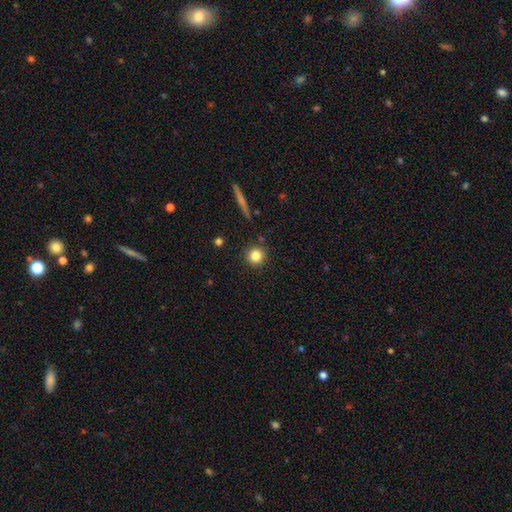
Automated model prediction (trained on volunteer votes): Smooth or featured: smooth — 81% (star or artifact — 11%)
How rounded: round — 94% (in between — 5%)
Merging: none — 88% (minor disturbance — 7%)